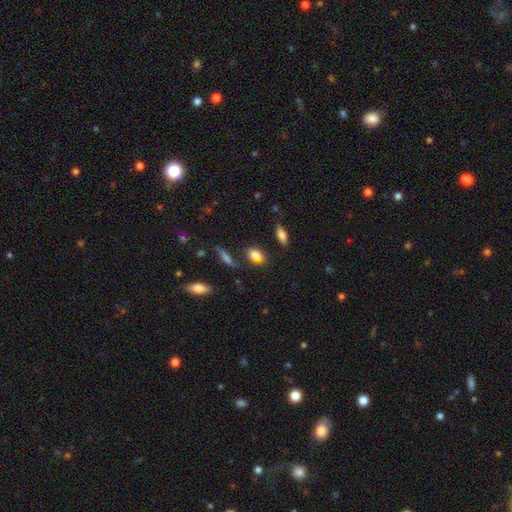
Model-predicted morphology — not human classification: A smooth galaxy with no disk features (77%) that is in between round and cigar-shaped (74%). Merging: none (66%).